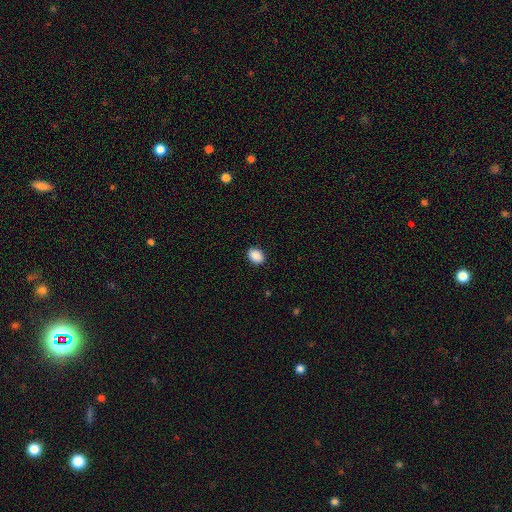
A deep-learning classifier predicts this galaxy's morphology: smooth 90%, star or artifact 7%, featured or disk 2%. Down the decision tree: how rounded — in between (74%); merging — none (90%).